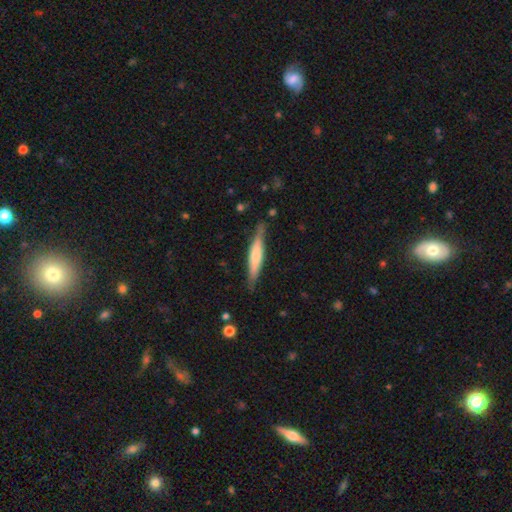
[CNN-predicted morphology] This is possibly a smooth galaxy (50%). Merging: clearly none (81%).